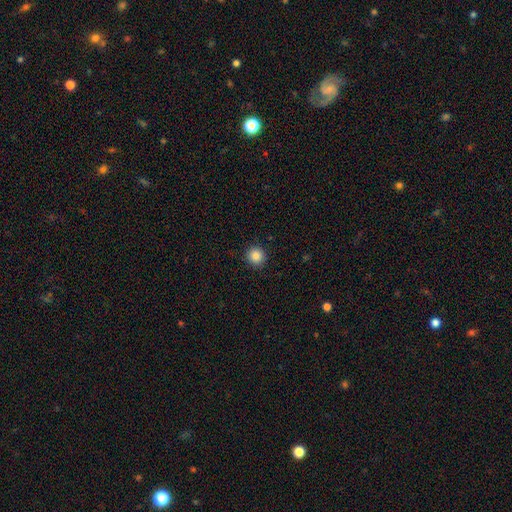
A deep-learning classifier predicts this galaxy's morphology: smooth_or_featured: smooth (p=0.86) [alt: star or artifact p=0.10]
how_rounded: round (p=0.93) [alt: in between p=0.06]
merging: none (p=0.92) [alt: minor disturbance p=0.05]